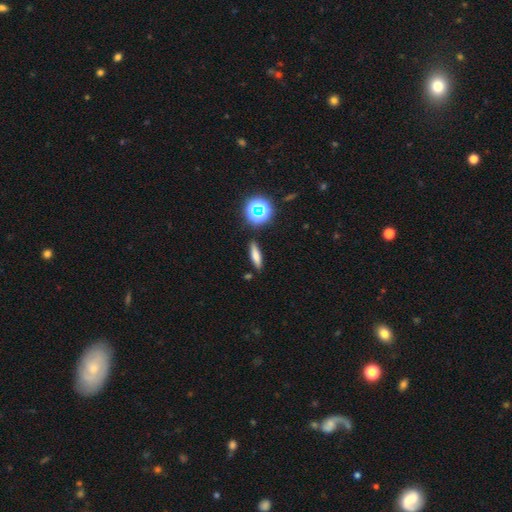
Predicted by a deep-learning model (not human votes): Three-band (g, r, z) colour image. It shows a smooth galaxy with no disk features (67%) that is cigar-shaped (66%). Merging: none (87%).